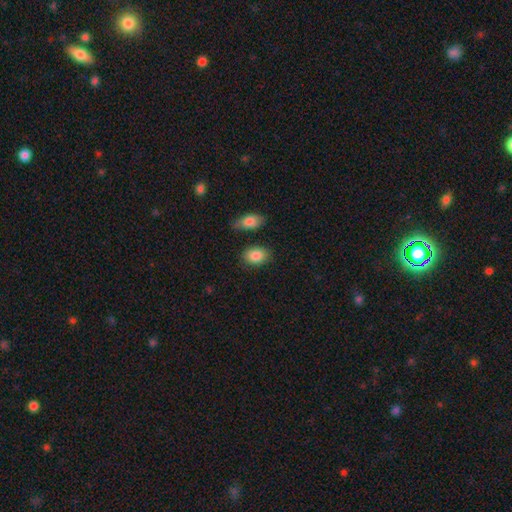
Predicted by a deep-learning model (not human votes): smooth 87%, star or artifact 7%, featured or disk 6%. Down the decision tree: how rounded — in between (78%); merging — none (77%).